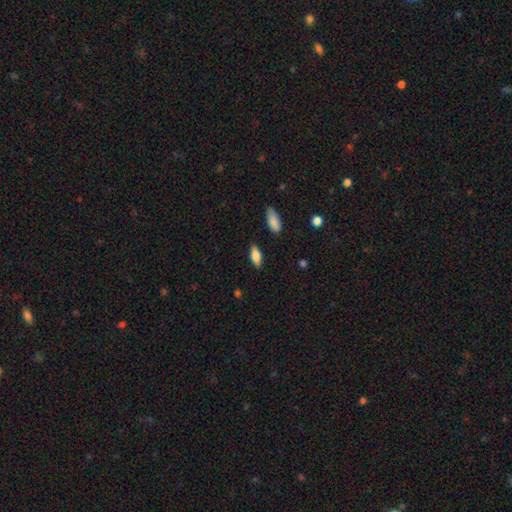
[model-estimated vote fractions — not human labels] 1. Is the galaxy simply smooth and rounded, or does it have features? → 75% smooth, 18% featured or disk, 7% star or artifact.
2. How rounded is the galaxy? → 78% in between, 20% cigar-shaped, 3% round.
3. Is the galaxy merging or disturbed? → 86% none, 10% minor disturbance, 2% major disturbance, 2% merger.